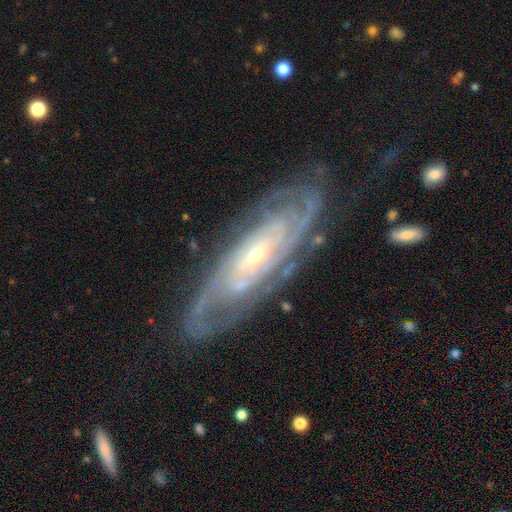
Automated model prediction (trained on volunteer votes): smooth-or-featured: featured or disk: 88% | smooth: 6% | star or artifact: 6%
  disk-edge-on: no: 89% | yes: 11%
    bar: no: 59% | weak: 28% | strong: 13%
    has-spiral-arms: yes: 97% | no: 3%
      spiral-winding: tight: 76% | medium: 20% | loose: 4%
      spiral-arm-count: can't tell: 33% | 2: 22% | 3: 17% | 4: 14% | more than 4: 8% | 1: 6%
    bulge-size: small: 74% | moderate: 22% | large: 2% | none: 2% | dominant: 1%
  merging: none: 77% | minor disturbance: 16% | major disturbance: 5% | merger: 2%